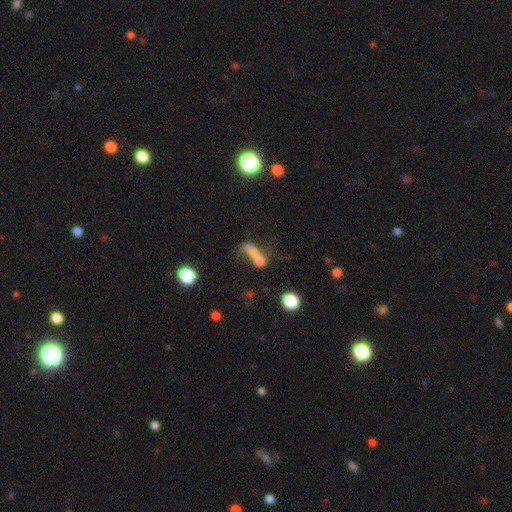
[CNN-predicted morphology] A smooth galaxy with no disk features (58%) that is in between round and cigar-shaped (50%).

Vote fractions:
- Smooth or featured? smooth: 58% / featured or disk: 25% / star or artifact: 18%
- How rounded? in between: 50% / cigar-shaped: 29% / round: 22%
- Merging? merger: 53% / none: 21% / major disturbance: 17% / minor disturbance: 10%